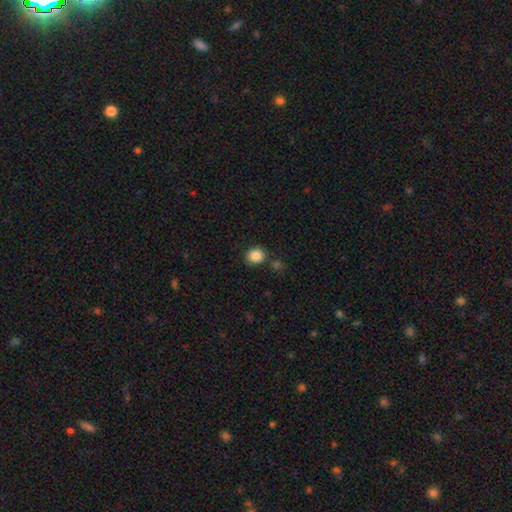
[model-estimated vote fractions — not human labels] Overall: smooth (86%). How rounded: round (81%). Merging: none (83%).